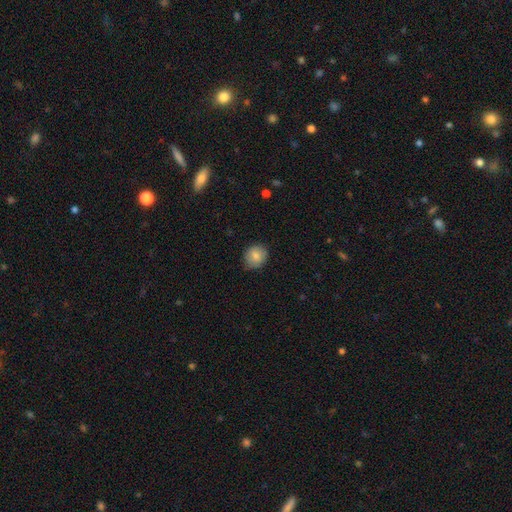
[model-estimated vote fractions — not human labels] Q: Smooth or featured?
A: smooth (82%); runner-up: featured or disk (10%)
Q: How rounded?
A: round (76%); runner-up: in between (23%)
Q: Merging?
A: none (78%); runner-up: minor disturbance (18%)